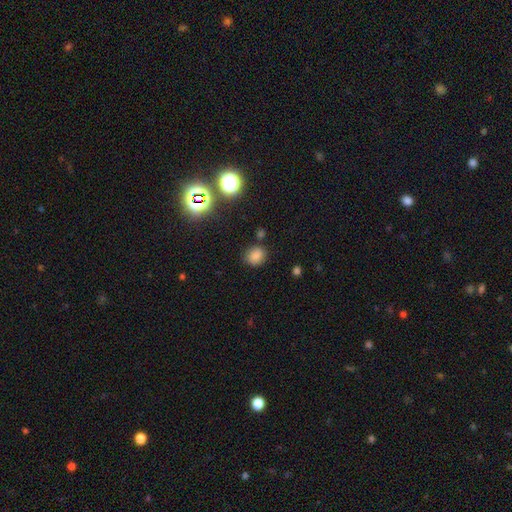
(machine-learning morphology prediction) type=smooth (77%); roundness=round (71%); merging=none (79%).